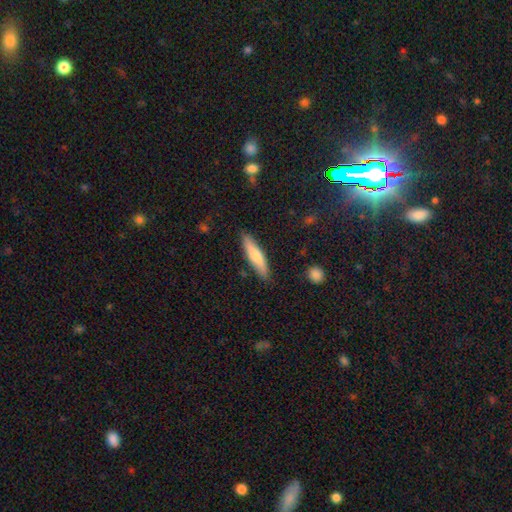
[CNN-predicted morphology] Smooth or featured? smooth (70%)
How rounded? cigar-shaped (80%)
Merging? none (86%)